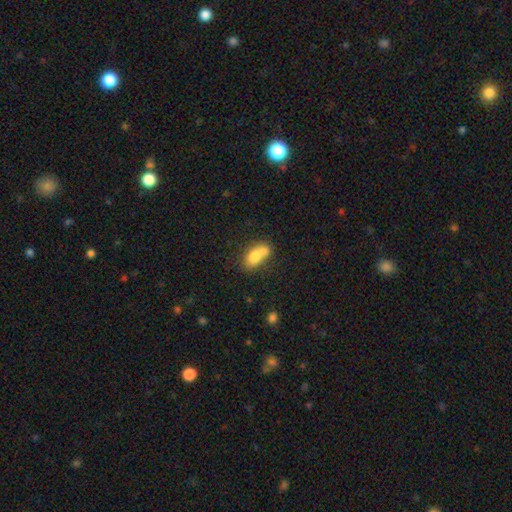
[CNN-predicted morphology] type=smooth (74%); roundness=in between (83%); merging=merger (42%).